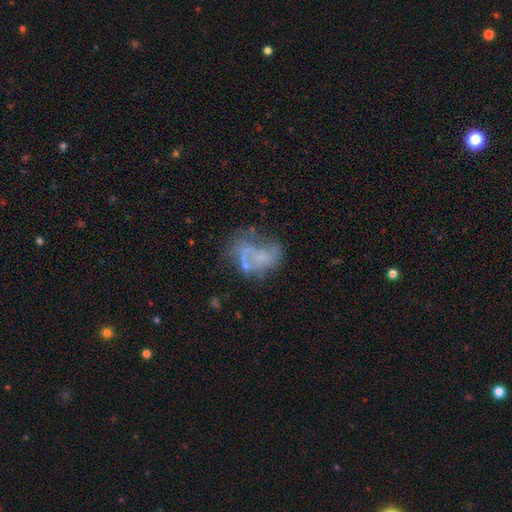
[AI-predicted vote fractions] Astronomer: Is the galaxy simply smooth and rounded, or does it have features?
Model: featured or disk — 59%.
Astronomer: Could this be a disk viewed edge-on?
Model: no — 98%.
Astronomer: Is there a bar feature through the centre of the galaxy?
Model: no — 88%.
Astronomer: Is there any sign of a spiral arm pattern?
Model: no — 84%.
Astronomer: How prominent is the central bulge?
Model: none — 74%.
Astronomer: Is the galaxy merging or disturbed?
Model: none — 36% (runner-up: major disturbance, 27%).